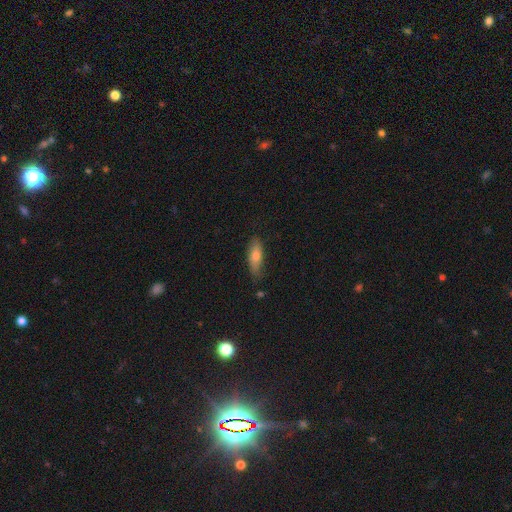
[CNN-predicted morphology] The model was most divided on "how rounded": in between: 59%, cigar-shaped: 38%, round: 3%. More confident: merging — none (74%); smooth or featured — smooth (70%).